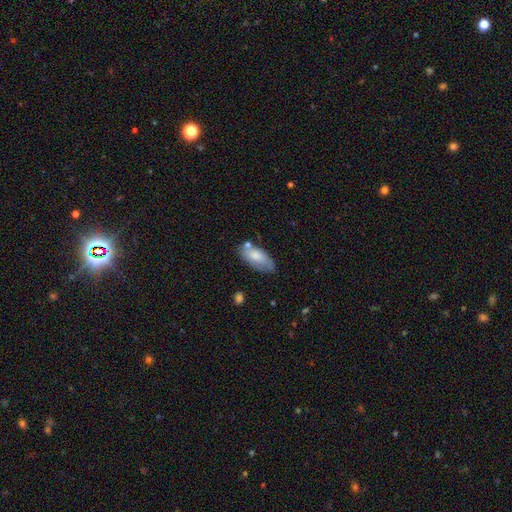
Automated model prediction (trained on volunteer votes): This appears to be a smooth galaxy with no disk features (77%) that is in between round and cigar-shaped (88%). Merging: none (58%).